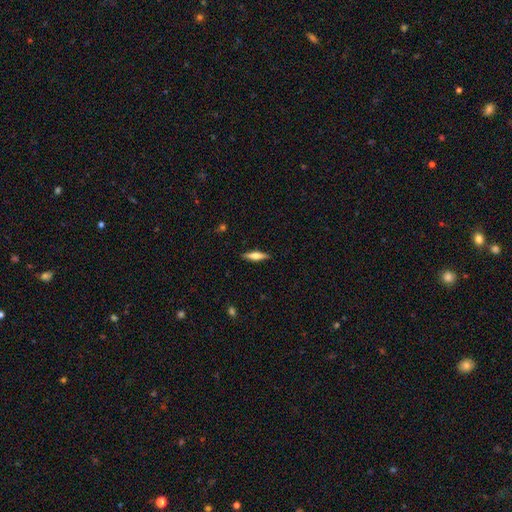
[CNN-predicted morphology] type=smooth (53%); roundness=cigar-shaped (72%); merging=none (89%).